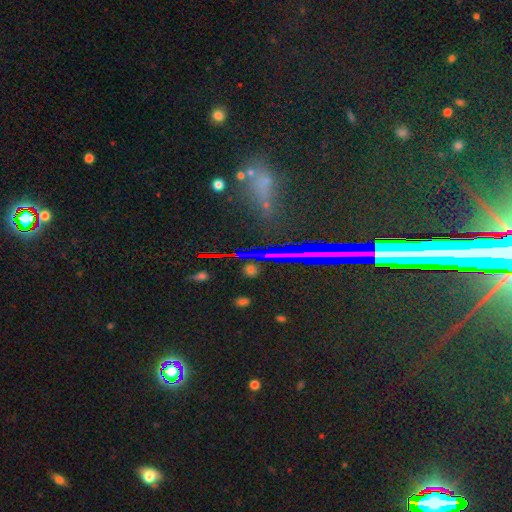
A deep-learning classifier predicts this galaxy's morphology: Smooth or featured? star or artifact (74%)